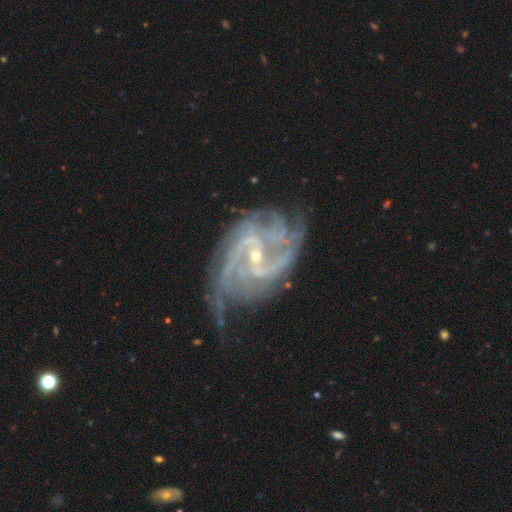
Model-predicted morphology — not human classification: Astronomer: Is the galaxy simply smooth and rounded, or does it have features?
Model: featured or disk — 92%.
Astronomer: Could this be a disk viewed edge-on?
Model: no — 97%.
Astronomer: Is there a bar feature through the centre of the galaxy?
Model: weak — 47% (runner-up: strong, 29%).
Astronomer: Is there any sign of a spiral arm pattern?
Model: yes — 98%.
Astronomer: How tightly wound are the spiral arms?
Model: medium — 45% (runner-up: tight, 39%).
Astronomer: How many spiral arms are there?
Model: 2 — 31% (runner-up: can't tell, 18%).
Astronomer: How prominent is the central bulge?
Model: small — 77%.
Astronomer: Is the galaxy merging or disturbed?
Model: none — 61%.